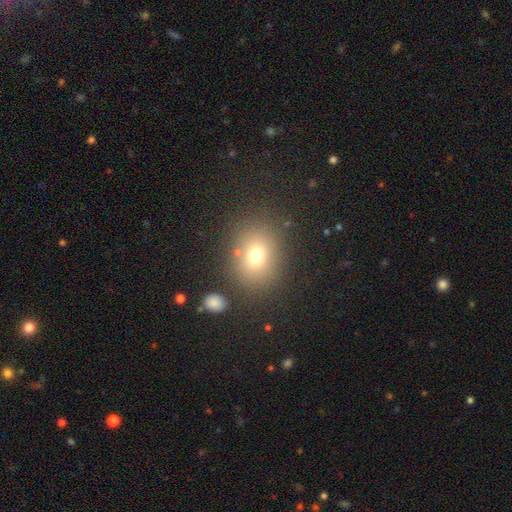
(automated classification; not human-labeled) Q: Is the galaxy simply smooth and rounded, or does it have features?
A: smooth — 73%.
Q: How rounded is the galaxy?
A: round — 60%.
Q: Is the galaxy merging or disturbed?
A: none — 80%.